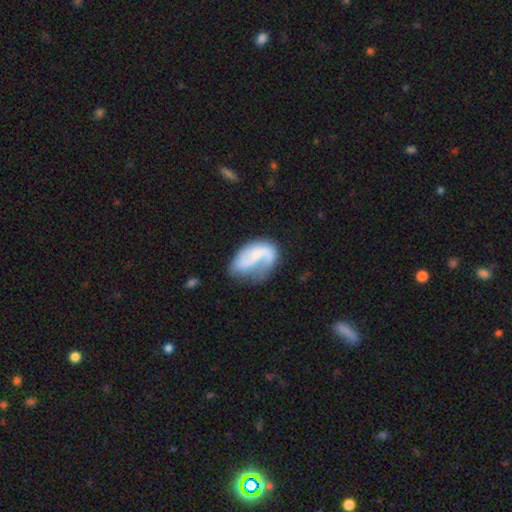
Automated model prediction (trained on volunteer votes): Smooth or featured? Predicted: featured or disk (p=0.67). Edge-on disk? Predicted: no (p=0.97). Bar? Predicted: no (p=0.53). Spiral arms? Predicted: yes (p=0.85). Spiral winding? Predicted: loose (p=0.56). Spiral arm count? Predicted: 2 (p=0.54). Bulge size? Predicted: small (p=0.46). Merging? Predicted: none (p=0.39).